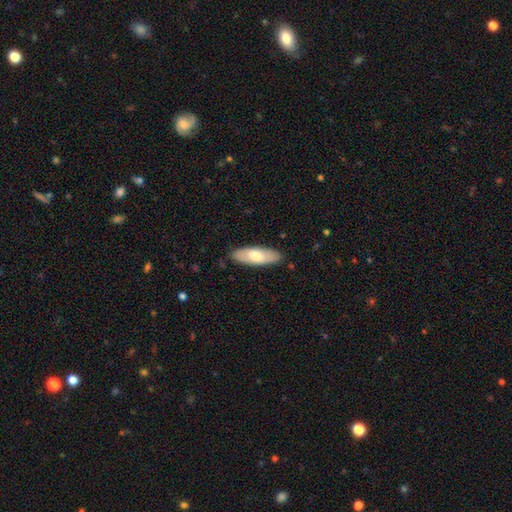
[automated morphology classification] smooth-or-featured: smooth: 69% | featured or disk: 26% | star or artifact: 5%
  how-rounded: in between: 67% | cigar-shaped: 31% | round: 2%
  merging: none: 86% | minor disturbance: 11% | major disturbance: 2% | merger: 1%